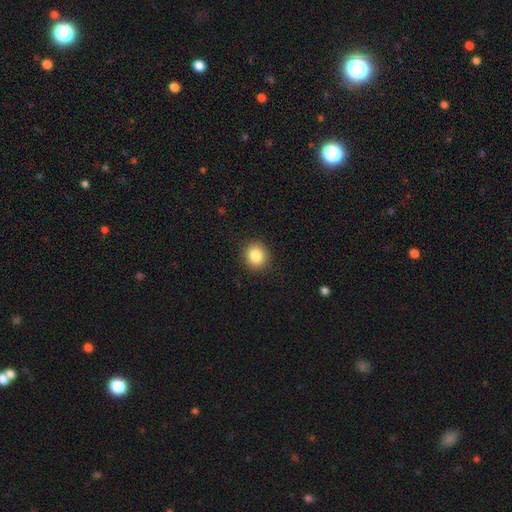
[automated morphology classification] Smooth or featured? smooth (84%)
How rounded? round (88%)
Merging? none (90%)